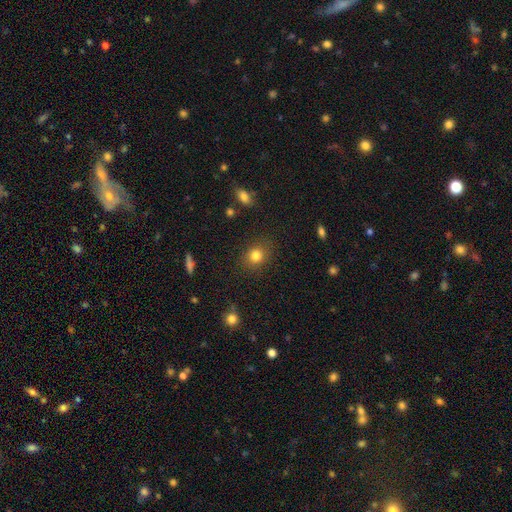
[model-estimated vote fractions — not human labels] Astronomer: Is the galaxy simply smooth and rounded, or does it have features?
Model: smooth — 82%.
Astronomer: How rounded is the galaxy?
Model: round — 69%.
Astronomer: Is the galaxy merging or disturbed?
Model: none — 85%.